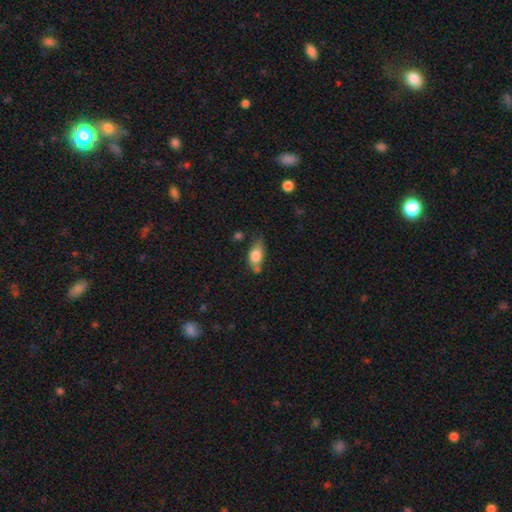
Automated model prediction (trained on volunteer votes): Smooth or featured? Predicted: smooth (p=0.79). How rounded? Predicted: in between (p=0.83). Merging? Predicted: none (p=0.46).